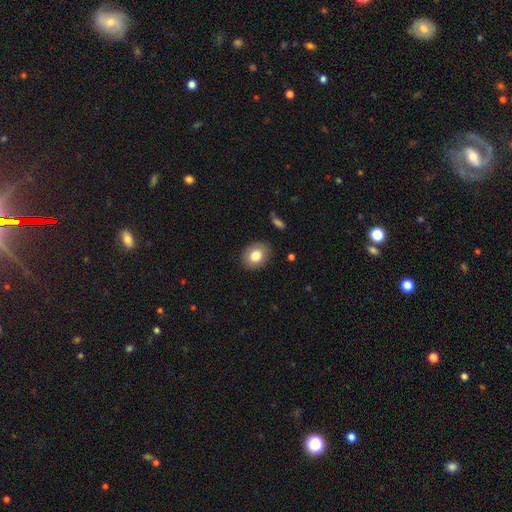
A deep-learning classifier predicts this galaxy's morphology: The model was most divided on "how rounded": round: 53%, in between: 46%, cigar-shaped: 1%. More confident: merging — none (87%); smooth or featured — smooth (80%).